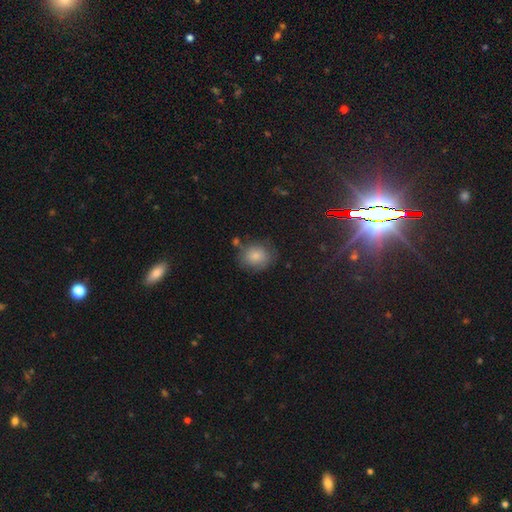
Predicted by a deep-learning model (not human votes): This is clearly a smooth galaxy (82%). How rounded: likely round (67%). Merging: likely none (70%).